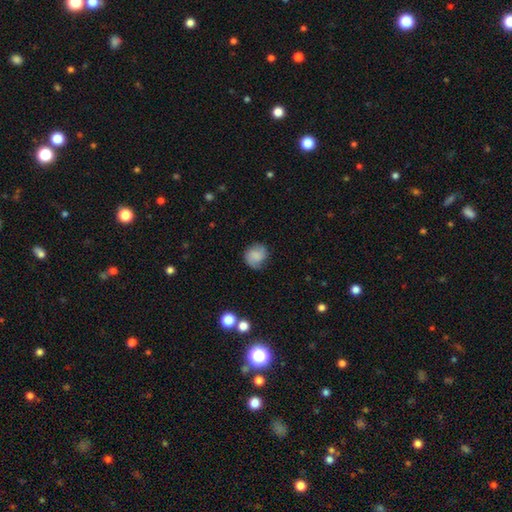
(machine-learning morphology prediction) The model was most divided on "merging": none: 72%, minor disturbance: 20%, major disturbance: 6%, merger: 2%. More confident: how rounded — round (79%); smooth or featured — smooth (73%).